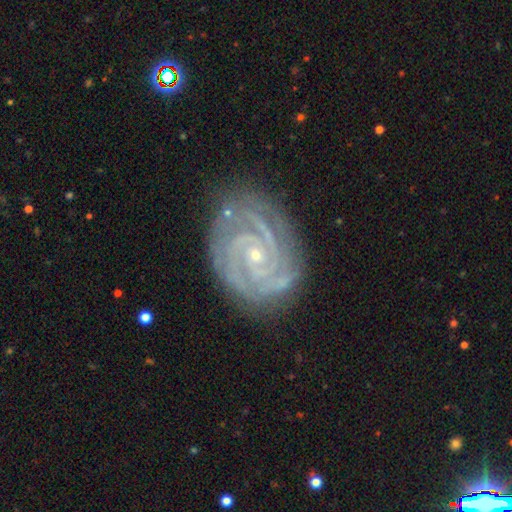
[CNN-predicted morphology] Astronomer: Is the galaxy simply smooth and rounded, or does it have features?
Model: featured or disk — 91%.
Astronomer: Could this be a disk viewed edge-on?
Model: no — 98%.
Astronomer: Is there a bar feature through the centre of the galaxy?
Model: no — 65%.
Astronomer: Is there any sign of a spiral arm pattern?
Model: yes — 99%.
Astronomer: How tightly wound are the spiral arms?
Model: tight — 78%.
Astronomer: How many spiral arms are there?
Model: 2 — 44% (runner-up: 3, 27%).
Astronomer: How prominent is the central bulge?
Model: small — 80%.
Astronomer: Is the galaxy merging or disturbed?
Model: none — 79%.